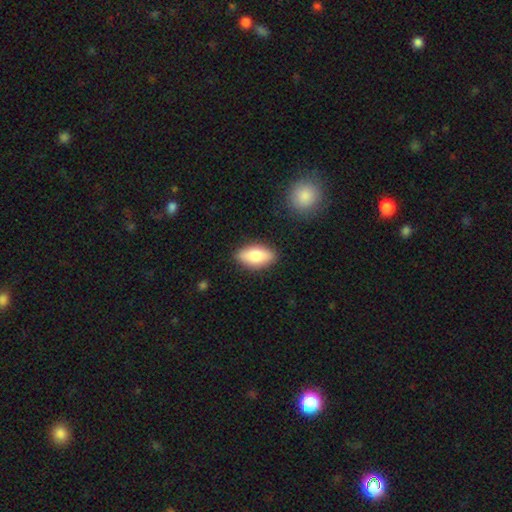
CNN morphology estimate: type=smooth (78%); roundness=in between (87%); merging=none (86%).